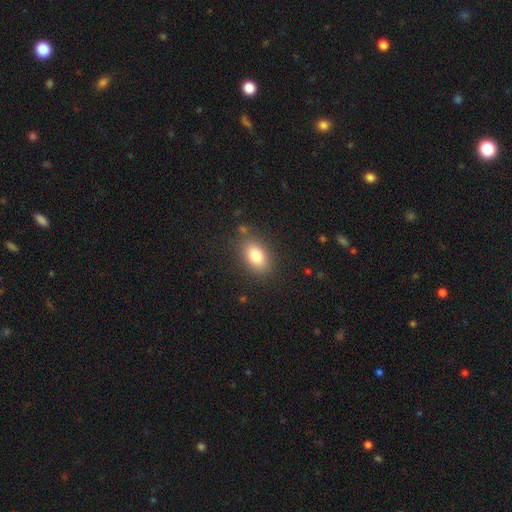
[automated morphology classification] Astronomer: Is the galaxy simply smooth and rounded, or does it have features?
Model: smooth — 81%.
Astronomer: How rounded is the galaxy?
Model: in between — 84%.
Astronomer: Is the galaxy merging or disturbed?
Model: none — 84%.